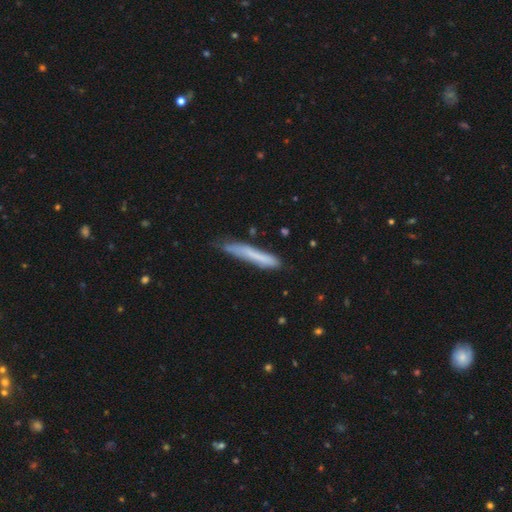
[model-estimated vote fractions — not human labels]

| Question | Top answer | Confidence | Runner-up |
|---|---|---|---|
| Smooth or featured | smooth | 68% | featured or disk (26%) |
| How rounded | cigar-shaped | 95% | in between (4%) |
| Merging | none | 68% | minor disturbance (24%) |